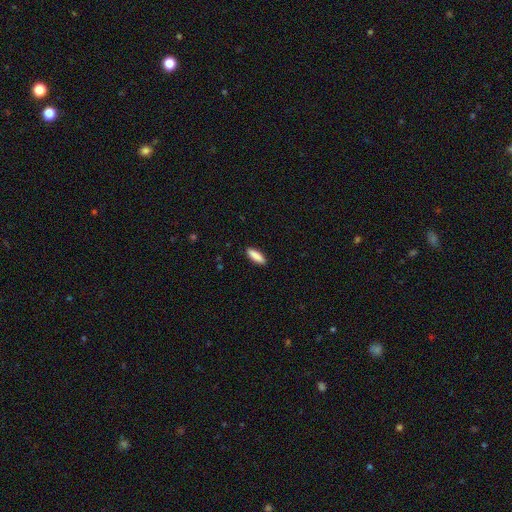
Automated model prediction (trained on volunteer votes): A smooth galaxy with no disk features (89%) that is cigar-shaped (50%). Merging: none (90%).